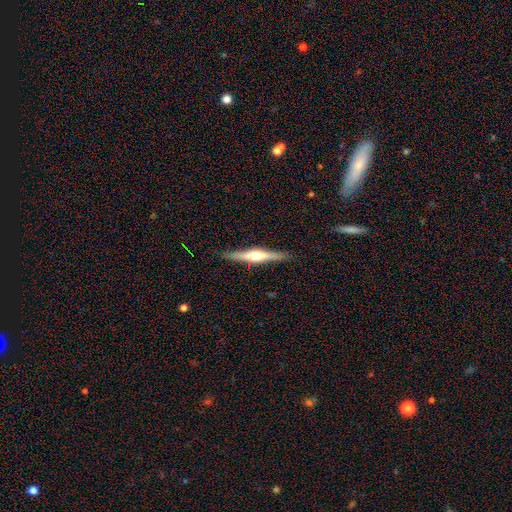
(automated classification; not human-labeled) Morphology: type=featured or disk (71%); edge-on=yes (98%); edge-on bulge=rounded (91%); merging=none (91%).